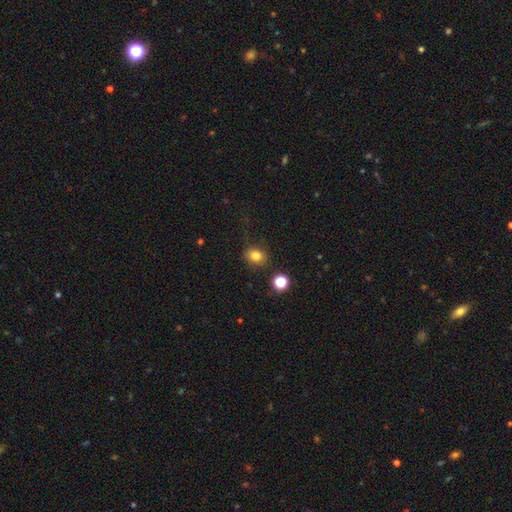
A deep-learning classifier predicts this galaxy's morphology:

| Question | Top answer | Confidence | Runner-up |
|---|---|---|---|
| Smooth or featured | smooth | 81% | star or artifact (13%) |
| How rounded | round | 56% | in between (43%) |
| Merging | none | 81% | minor disturbance (12%) |